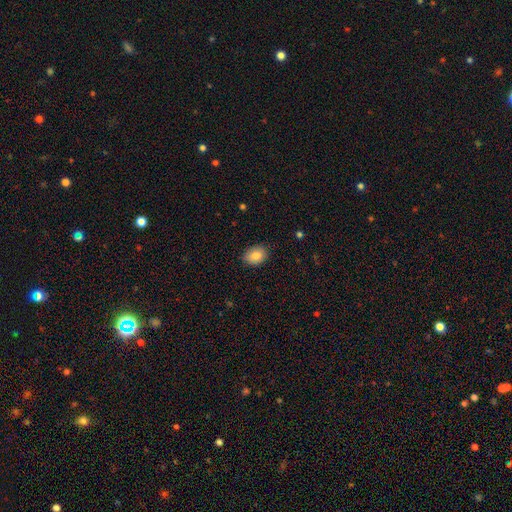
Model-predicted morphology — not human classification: Smooth or featured? smooth (85%)
How rounded? in between (74%)
Merging? none (85%)